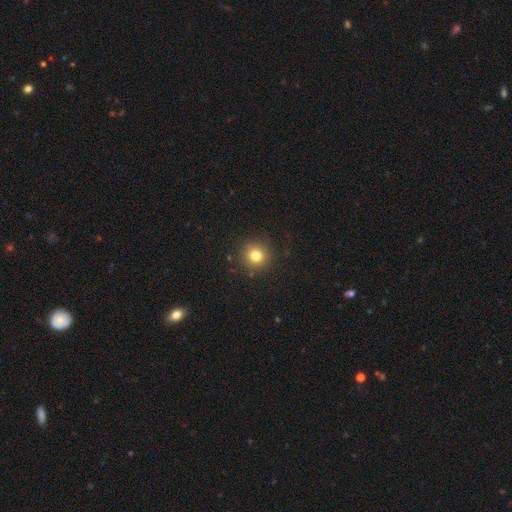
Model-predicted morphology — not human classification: The model was most divided on "smooth or featured": smooth: 80%, star or artifact: 13%, featured or disk: 7%. More confident: how rounded — round (94%); merging — none (90%).